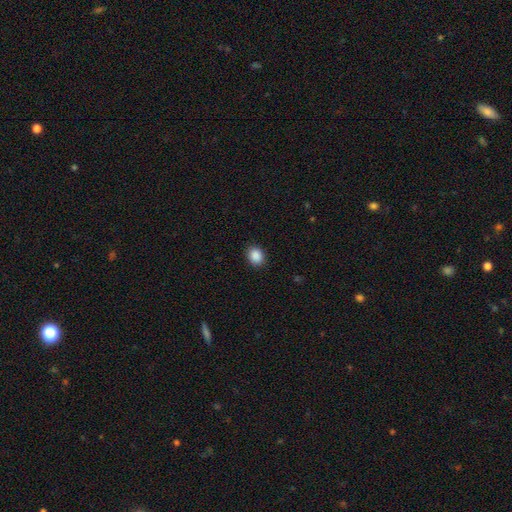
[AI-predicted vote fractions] Smooth or featured? smooth (89%)
How rounded? round (50%)
Merging? none (89%)